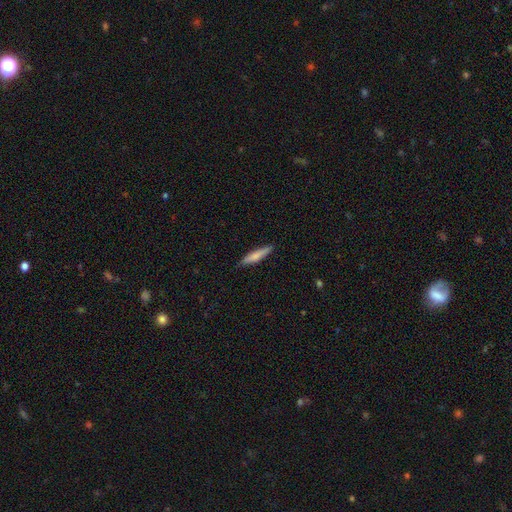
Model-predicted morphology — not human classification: Q: Smooth or featured?
A: smooth (69%); runner-up: featured or disk (25%)
Q: How rounded?
A: cigar-shaped (88%); runner-up: in between (11%)
Q: Merging?
A: none (86%); runner-up: minor disturbance (11%)